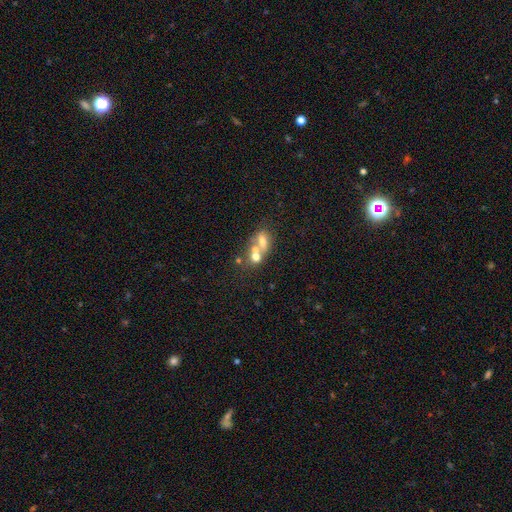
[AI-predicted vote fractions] This appears to be a smooth galaxy with no disk features (58%) that is in between round and cigar-shaped (52%). Merging: merger (61%).